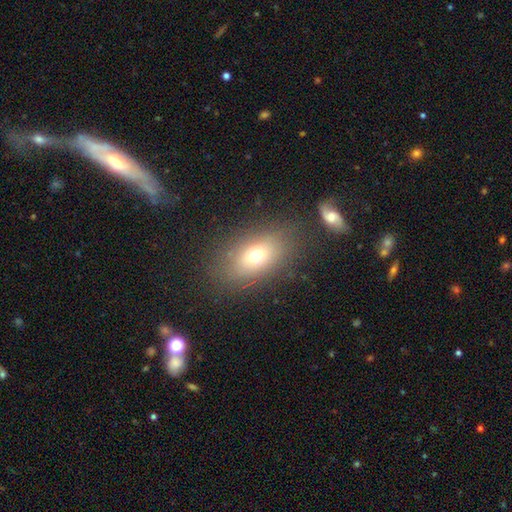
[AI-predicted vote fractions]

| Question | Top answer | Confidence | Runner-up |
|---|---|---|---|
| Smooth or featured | smooth | 69% | featured or disk (18%) |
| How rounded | in between | 82% | round (15%) |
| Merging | none | 77% | minor disturbance (12%) |